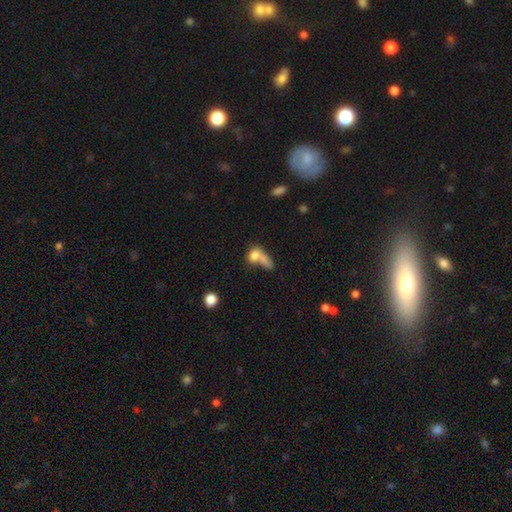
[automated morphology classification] Smooth or featured: smooth — 74% (featured or disk — 16%)
How rounded: in between — 60% (round — 31%)
Merging: merger — 57% (none — 21%)